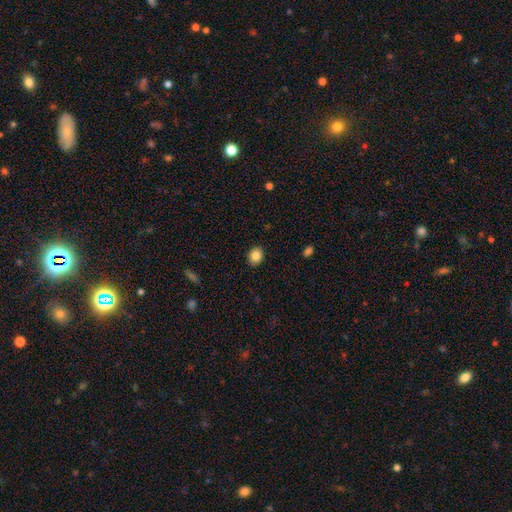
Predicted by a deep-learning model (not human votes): smooth 85%, star or artifact 9%, featured or disk 6%. Down the decision tree: how rounded — round (55%); merging — none (90%).